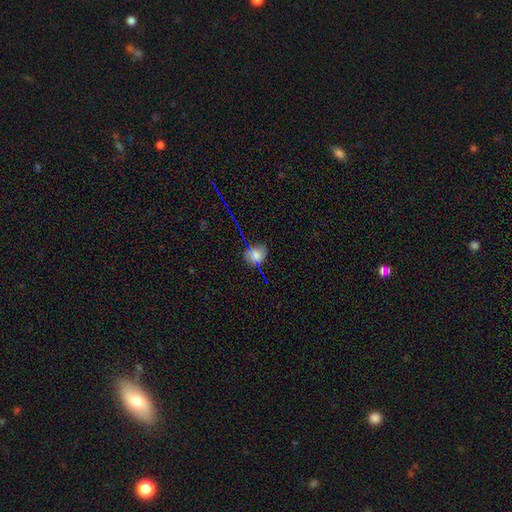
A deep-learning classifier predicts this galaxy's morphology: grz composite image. It shows a smooth galaxy with no disk features (67%) that is round (57%). Merging: none (68%).